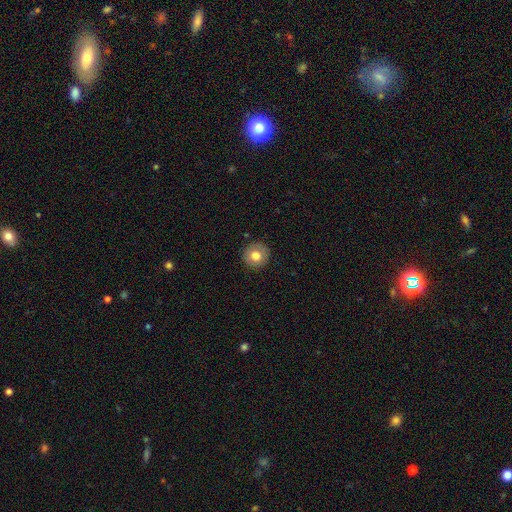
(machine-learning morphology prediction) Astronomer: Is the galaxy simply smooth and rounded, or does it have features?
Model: smooth — 76%.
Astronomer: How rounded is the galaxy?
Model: round — 94%.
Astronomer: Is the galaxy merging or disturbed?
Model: none — 89%.